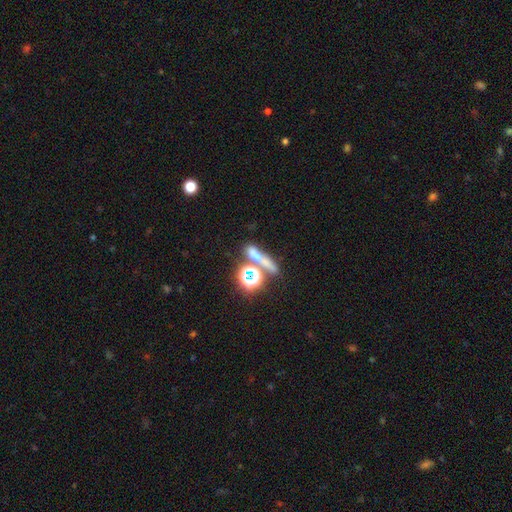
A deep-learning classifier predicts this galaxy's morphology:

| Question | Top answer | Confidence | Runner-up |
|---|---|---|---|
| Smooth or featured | smooth | 50% | star or artifact (31%) |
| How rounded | round | 40% | cigar-shaped (34%) |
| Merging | none | 47% | merger (35%) |